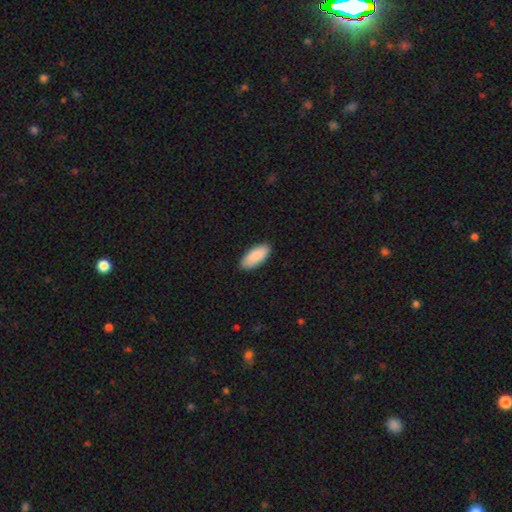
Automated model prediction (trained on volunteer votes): The model was most divided on "how rounded": in between: 87%, cigar-shaped: 11%, round: 2%. More confident: smooth or featured — smooth (90%); merging — none (89%).